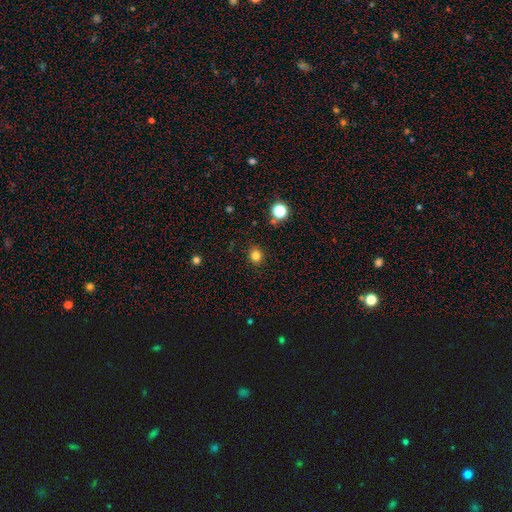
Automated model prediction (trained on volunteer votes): smooth_or_featured: smooth (p=0.82) [alt: star or artifact p=0.14]
how_rounded: round (p=0.76) [alt: in between p=0.23]
merging: none (p=0.89) [alt: minor disturbance p=0.07]